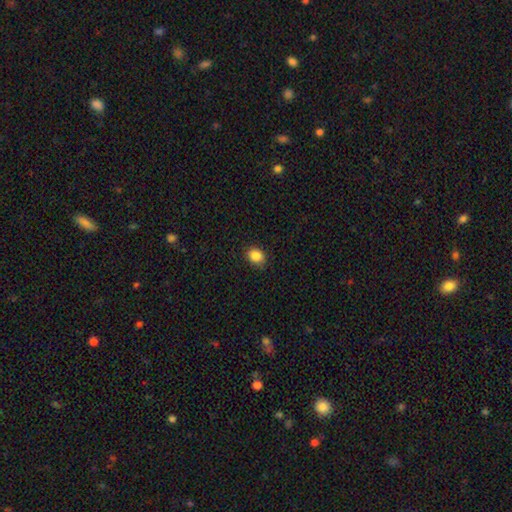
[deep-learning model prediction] This appears to be a smooth galaxy with no disk features (86%) that is in between round and cigar-shaped (51%). Merging: none (85%).